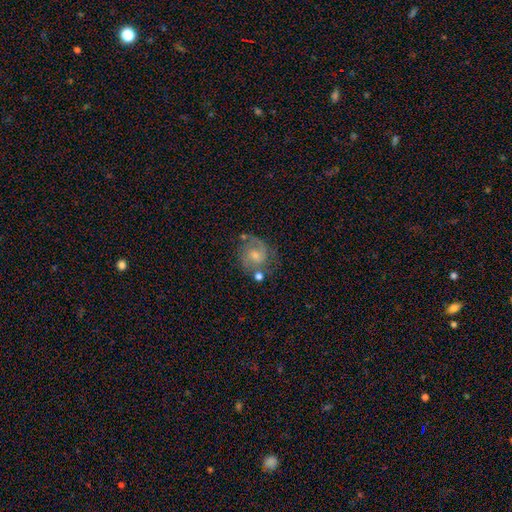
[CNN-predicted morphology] Overall: featured or disk (67%). Edge-on disk: no (98%). Bar: no (55%; weak 39%). Spiral arms: yes (89%). Spiral arm count: 2 (68%). Spiral winding: medium (47%; tight 34%). Bulge size: moderate (47%; small 40%). Merging: none (55%; minor disturbance 22%).